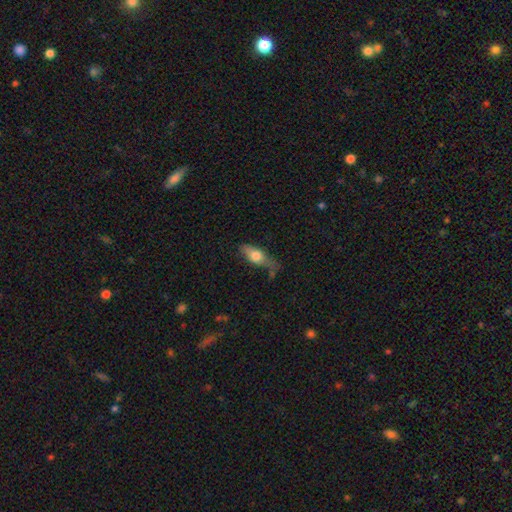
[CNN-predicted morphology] The model was most divided on "merging": none: 53%, minor disturbance: 29%, major disturbance: 11%, merger: 7%. More confident: how rounded — in between (65%); smooth or featured — smooth (62%).